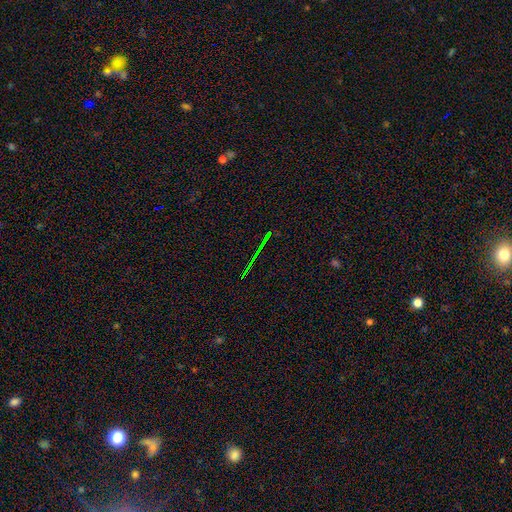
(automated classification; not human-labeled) Smooth or featured: star or artifact — 78% (featured or disk — 13%)